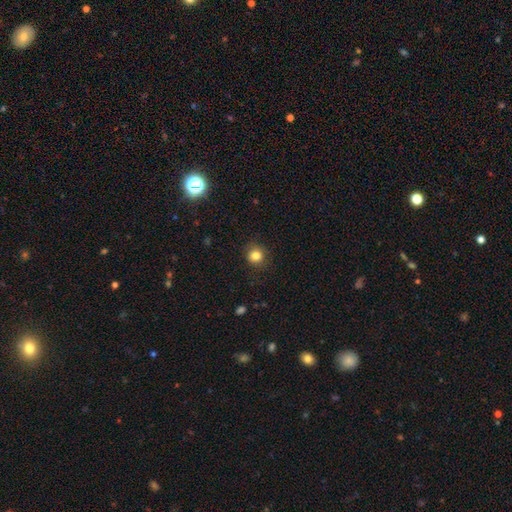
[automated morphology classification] type=smooth (83%); roundness=round (87%); merging=none (87%).